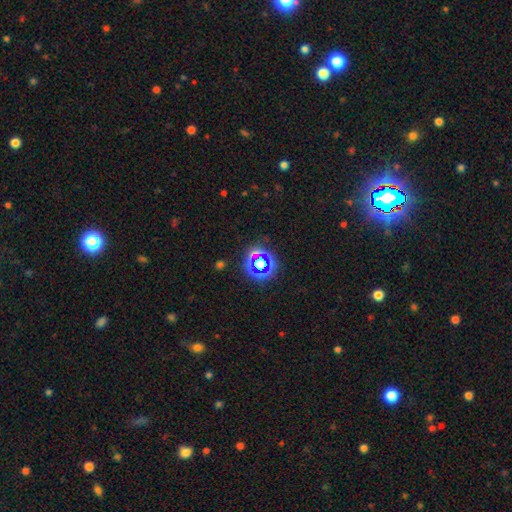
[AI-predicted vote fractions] smooth_or_featured: star or artifact (p=0.61) [alt: smooth p=0.27]